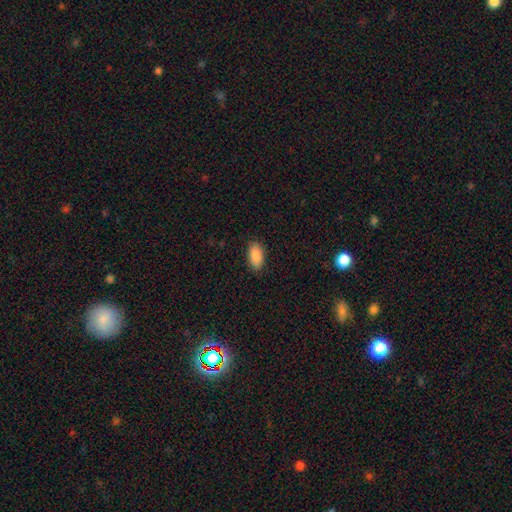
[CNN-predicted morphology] Smooth or featured? Predicted: smooth (p=0.90). How rounded? Predicted: in between (p=0.93). Merging? Predicted: none (p=0.88).